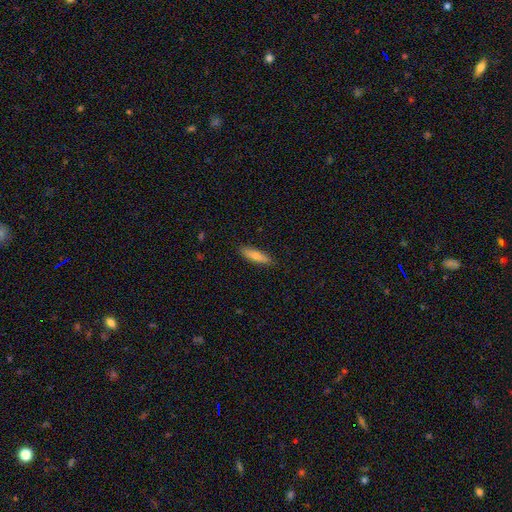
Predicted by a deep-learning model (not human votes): Smooth or featured? Predicted: smooth (p=0.69). How rounded? Predicted: cigar-shaped (p=0.70). Merging? Predicted: none (p=0.89).